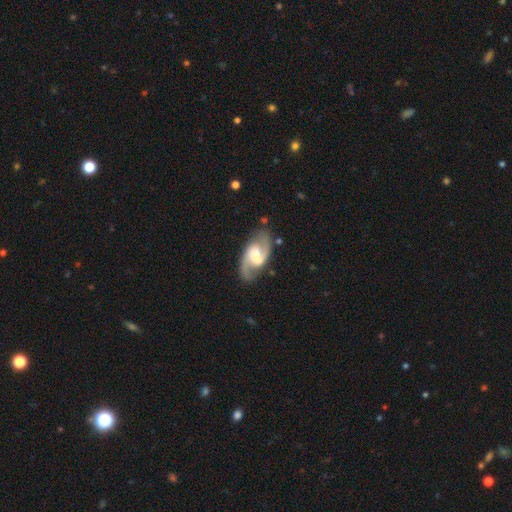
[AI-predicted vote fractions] A featured or disk galaxy (87%) with a weak bar (50%), 2 (93%) medium (55%) spiral arms (96%) and a moderate central bulge (38%).

Vote fractions:
- Smooth or featured? featured or disk: 87% / smooth: 8% / star or artifact: 5%
- Edge-on disk? no: 97% / yes: 3%
- Bar? weak: 50% / strong: 29% / no: 21%
- Spiral arms? yes: 96% / no: 4%
- Spiral winding? medium: 55% / loose: 29% / tight: 16%
- Spiral arm count? 2: 93% / can't tell: 2% / 1: 1% / 3: 1% / 4: 1% / more than 4: 1%
- Bulge size? moderate: 38% / large: 24% / small: 22% / none: 14% / dominant: 2%
- Merging? none: 82% / minor disturbance: 12% / major disturbance: 4% / merger: 2%